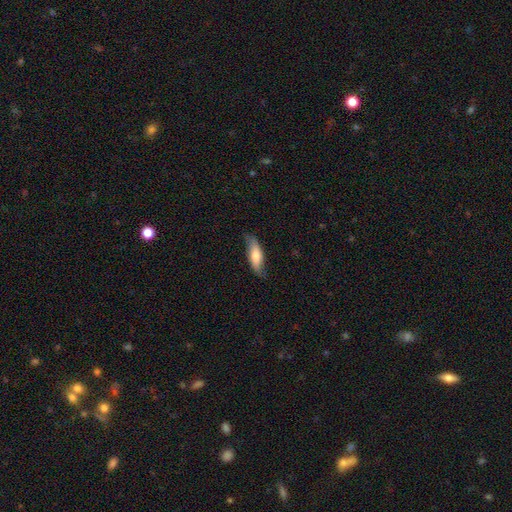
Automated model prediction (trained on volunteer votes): Morphology: type=smooth (56%); roundness=in between (59%); merging=none (70%).